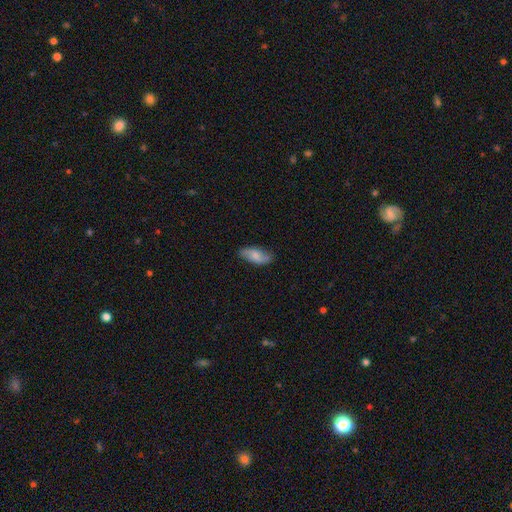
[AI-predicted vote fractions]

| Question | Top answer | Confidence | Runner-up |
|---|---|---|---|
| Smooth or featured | smooth | 58% | featured or disk (34%) |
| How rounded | in between | 85% | cigar-shaped (12%) |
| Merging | none | 74% | minor disturbance (20%) |